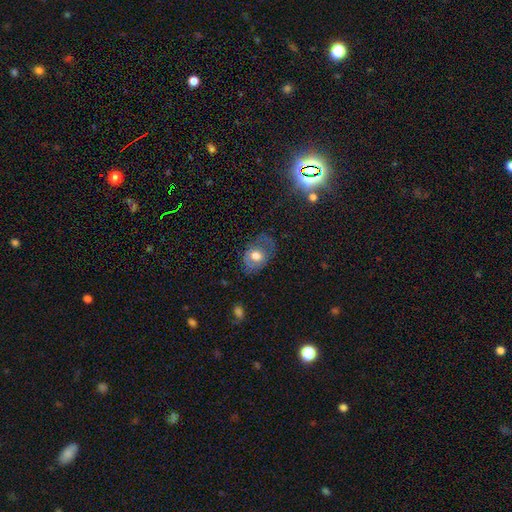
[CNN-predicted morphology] Q: Smooth or featured?
A: smooth (54%); runner-up: featured or disk (37%)
Q: How rounded?
A: in between (68%); runner-up: round (30%)
Q: Merging?
A: none (56%); runner-up: minor disturbance (26%)